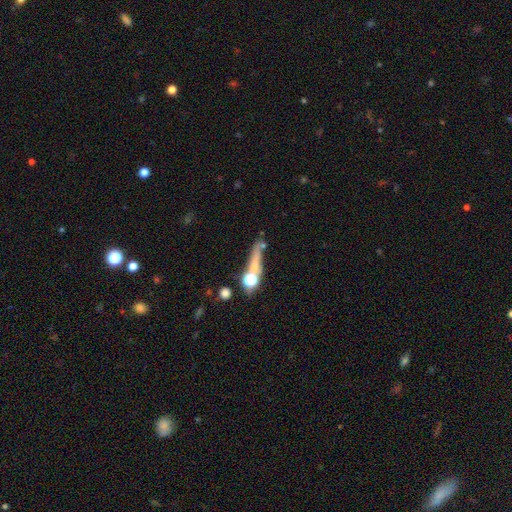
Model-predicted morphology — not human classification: This is possibly a smooth galaxy (52%). How rounded: likely cigar-shaped (68%). Merging: possibly none (52%).